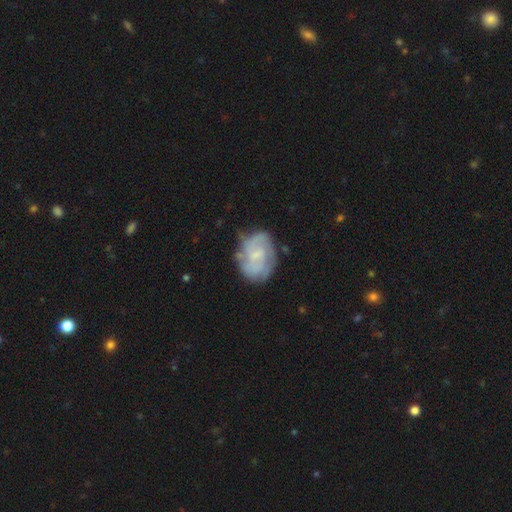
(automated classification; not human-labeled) Q: Smooth or featured?
A: featured or disk (66%); runner-up: smooth (27%)
Q: Edge-on disk?
A: no (98%); runner-up: yes (2%)
Q: Bar?
A: no (54%); runner-up: weak (40%)
Q: Spiral arms?
A: yes (81%); runner-up: no (19%)
Q: Spiral winding?
A: tight (46%); runner-up: medium (39%)
Q: Spiral arm count?
A: can't tell (38%); runner-up: 2 (36%)
Q: Bulge size?
A: small (50%); runner-up: moderate (25%)
Q: Merging?
A: none (64%); runner-up: minor disturbance (24%)